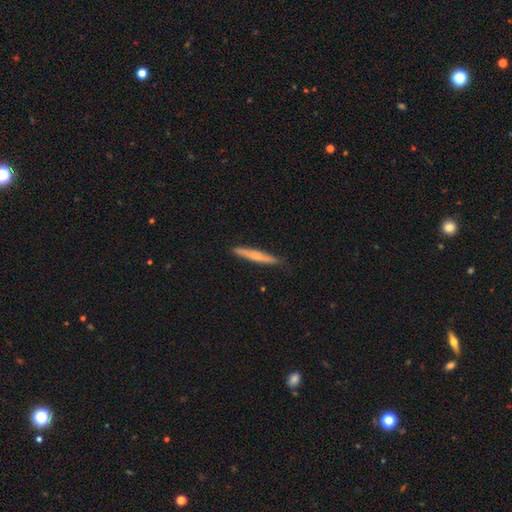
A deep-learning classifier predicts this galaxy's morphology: This is likely a smooth galaxy (63%). How rounded: clearly cigar-shaped (95%). Merging: clearly none (89%).